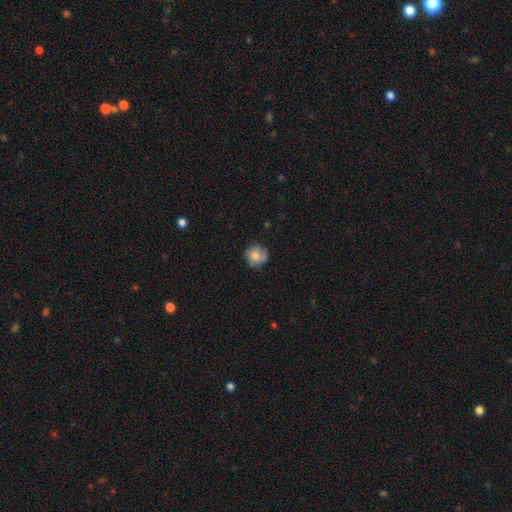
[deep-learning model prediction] smooth-or-featured: smooth: 69% | featured or disk: 23% | star or artifact: 8%
  how-rounded: round: 85% | in between: 14% | cigar-shaped: 1%
  merging: none: 65% | minor disturbance: 24% | major disturbance: 8% | merger: 2%